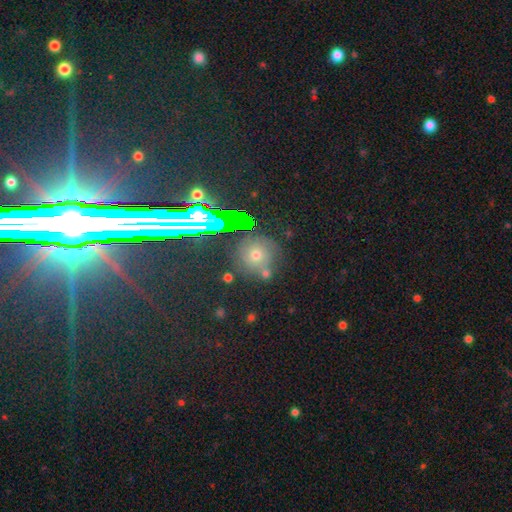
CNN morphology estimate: Smooth or featured: star or artifact — 49% (smooth — 30%)